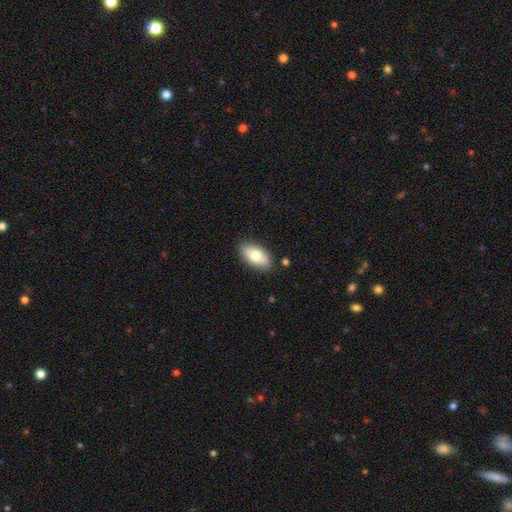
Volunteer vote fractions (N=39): A smooth galaxy with no disk features (90%) that is in between round and cigar-shaped (94%). Merging: none (89%).